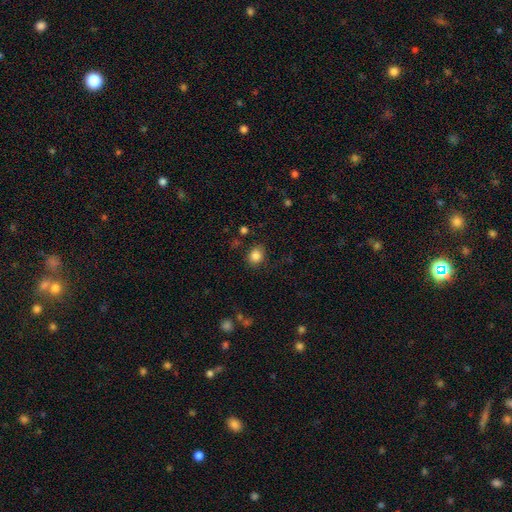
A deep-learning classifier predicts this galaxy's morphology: smooth-or-featured: smooth: 84% | star or artifact: 10% | featured or disk: 6%
  how-rounded: round: 61% | in between: 38% | cigar-shaped: 1%
  merging: none: 83% | minor disturbance: 12% | major disturbance: 3% | merger: 2%